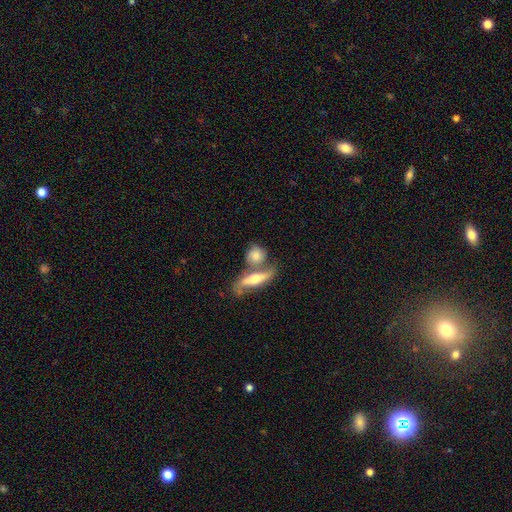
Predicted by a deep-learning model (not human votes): A smooth galaxy with no disk features (61%) that is round (48%). Merging: none (45%).